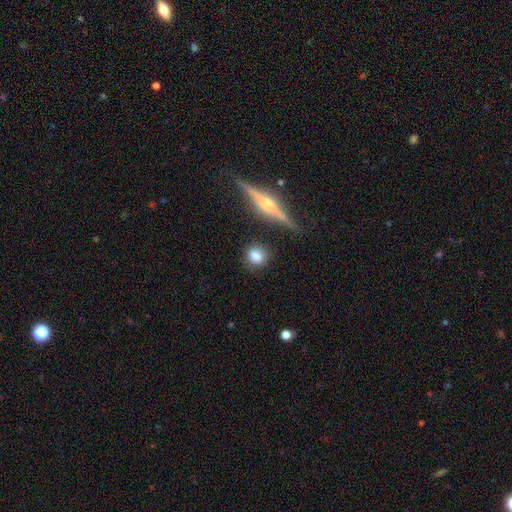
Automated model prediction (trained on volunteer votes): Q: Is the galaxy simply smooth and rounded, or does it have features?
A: smooth — 77%.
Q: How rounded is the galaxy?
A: round — 75%.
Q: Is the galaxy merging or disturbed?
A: none — 80%.